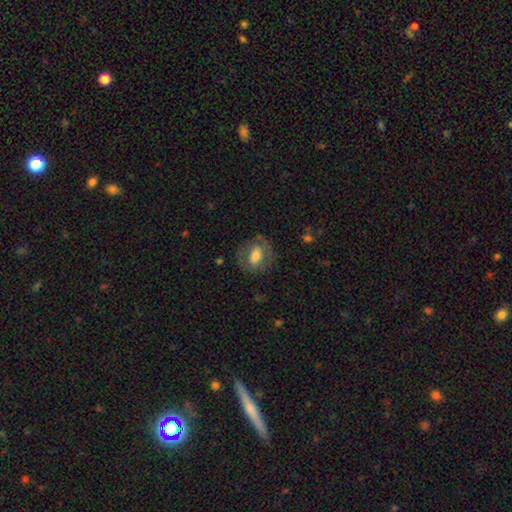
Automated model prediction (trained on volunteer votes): A smooth galaxy with no disk features (56%) that is in between round and cigar-shaped (59%).

Vote fractions:
- Smooth or featured? smooth: 56% / featured or disk: 37% / star or artifact: 7%
- How rounded? in between: 59% / round: 39% / cigar-shaped: 2%
- Merging? none: 72% / minor disturbance: 16% / major disturbance: 10% / merger: 1%